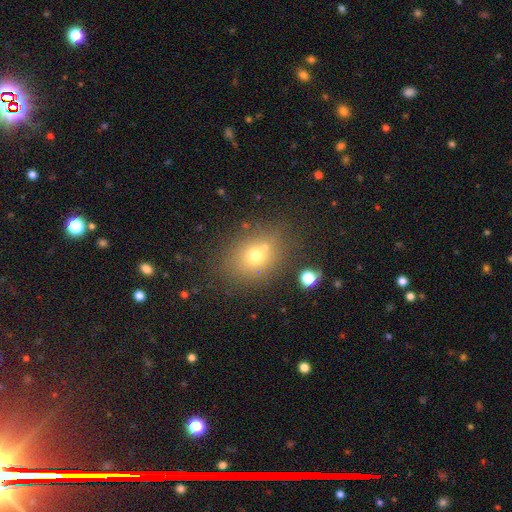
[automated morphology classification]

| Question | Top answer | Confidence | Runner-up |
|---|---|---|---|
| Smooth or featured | smooth | 66% | star or artifact (19%) |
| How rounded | in between | 50% | round (49%) |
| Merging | none | 69% | merger (15%) |